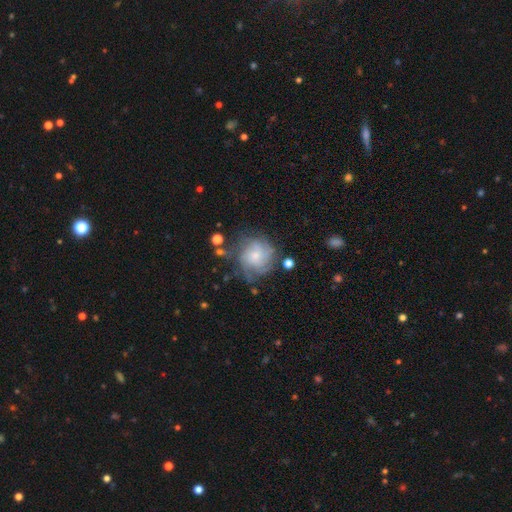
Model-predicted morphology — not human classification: type=featured or disk (64%); edge-on=no (98%); bar=no (77%); spiral arms=yes (86%); winding=tight (51%); arm count=can't tell (45%); bulge=small (63%); merging=none (59%).